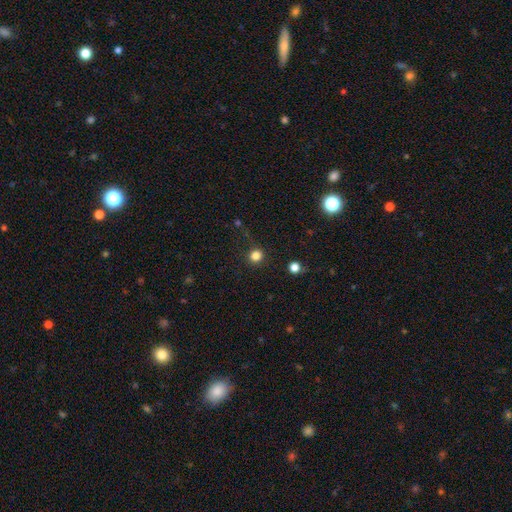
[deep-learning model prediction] The model was most divided on "smooth or featured": smooth: 82%, star or artifact: 14%, featured or disk: 4%. More confident: how rounded — round (91%); merging — none (87%).